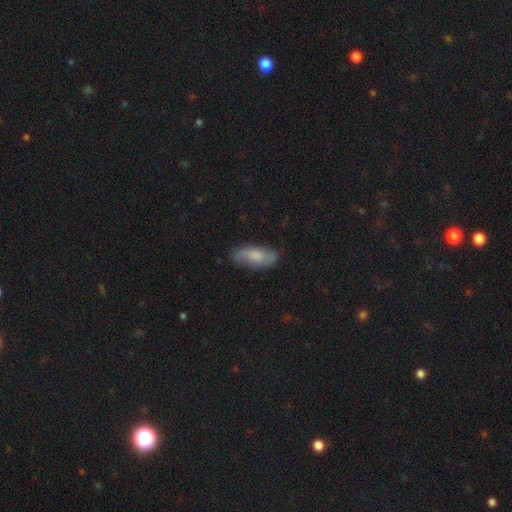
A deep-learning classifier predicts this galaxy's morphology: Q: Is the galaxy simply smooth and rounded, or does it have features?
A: smooth — 58%.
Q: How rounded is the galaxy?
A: in between — 81%.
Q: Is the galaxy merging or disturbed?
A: none — 74%.